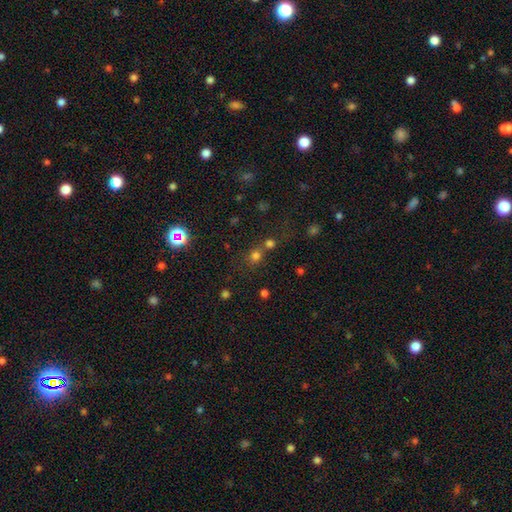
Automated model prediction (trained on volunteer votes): This is likely a smooth galaxy (68%). How rounded: clearly round (82%). Merging: possibly none (51%).